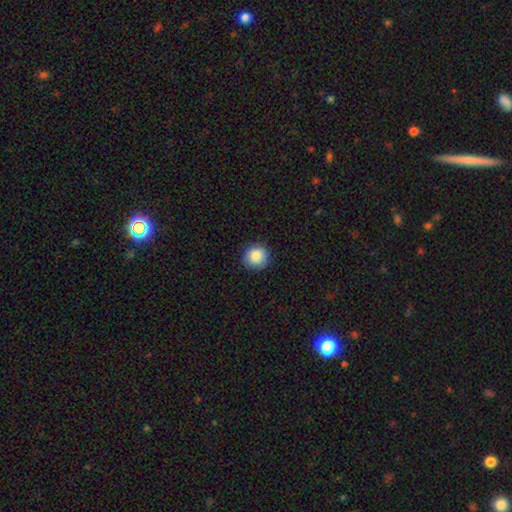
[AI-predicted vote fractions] Q: Smooth or featured?
A: smooth (87%); runner-up: star or artifact (9%)
Q: How rounded?
A: round (93%); runner-up: in between (6%)
Q: Merging?
A: none (89%); runner-up: minor disturbance (8%)